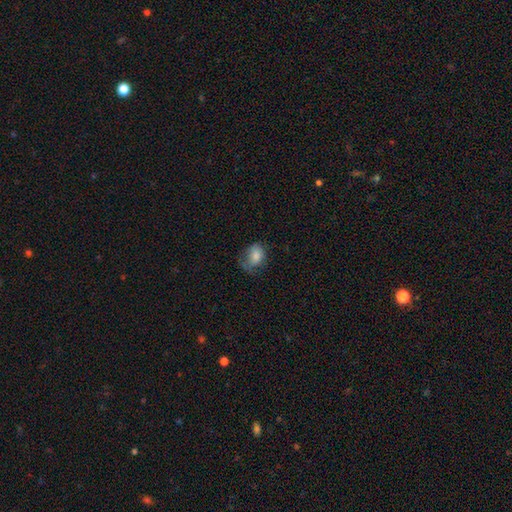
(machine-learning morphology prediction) The model was most divided on "merging": none: 42%, minor disturbance: 32%, major disturbance: 24%, merger: 2%. More confident: smooth or featured — smooth (77%); how rounded — in between (73%).